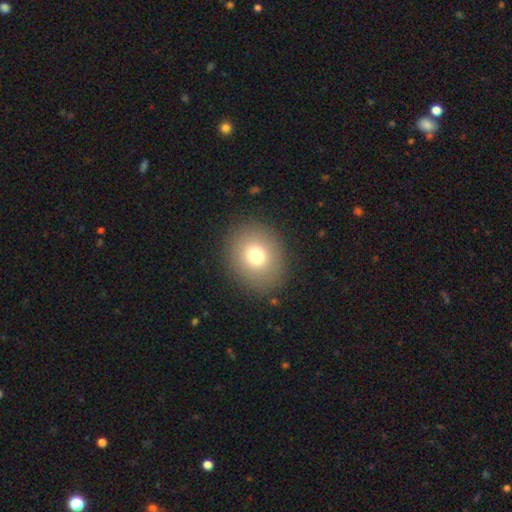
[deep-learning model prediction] smooth-or-featured: smooth: 75% | featured or disk: 13% | star or artifact: 12%
  how-rounded: round: 68% | in between: 31% | cigar-shaped: 1%
  merging: none: 88% | minor disturbance: 7% | major disturbance: 4% | merger: 1%